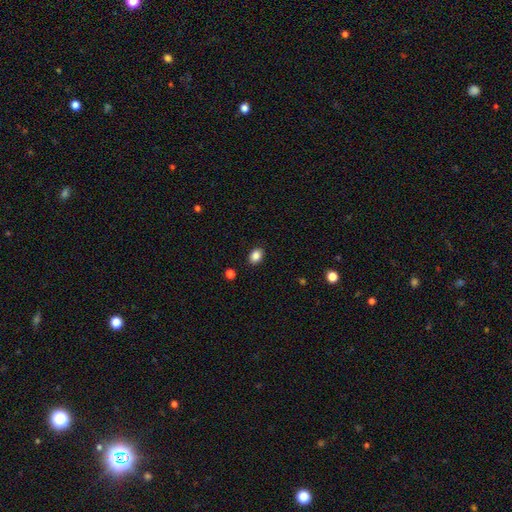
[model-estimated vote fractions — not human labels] Smooth or featured?
  - smooth: 86% *
  - star or artifact: 9%
  - featured or disk: 4%
How rounded?
  - in between: 76% *
  - round: 23%
  - cigar-shaped: 1%
Merging?
  - none: 88% *
  - minor disturbance: 8%
  - major disturbance: 2%
  - merger: 1%